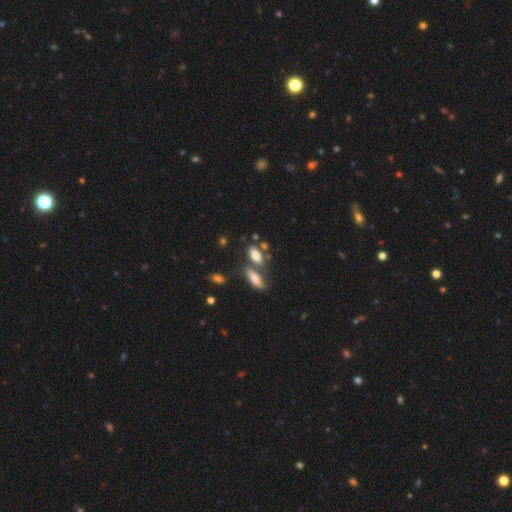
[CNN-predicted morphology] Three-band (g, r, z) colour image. It shows a smooth galaxy with no disk features (73%) that is in between round and cigar-shaped (77%). Merging: none (50%).